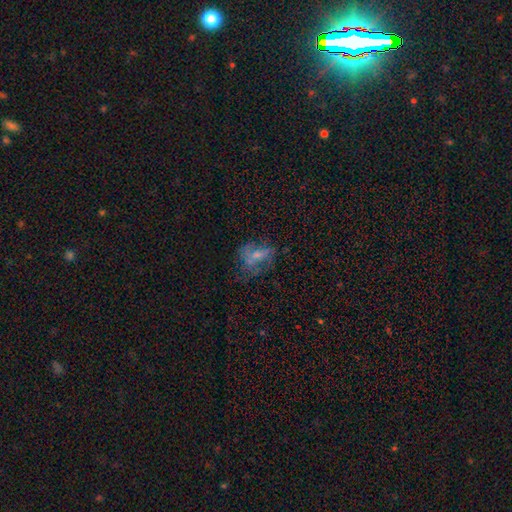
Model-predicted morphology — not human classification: The model was most divided on "merging": none: 42%, major disturbance: 33%, minor disturbance: 22%, merger: 3%. Remaining: smooth or featured — featured or disk (47%).